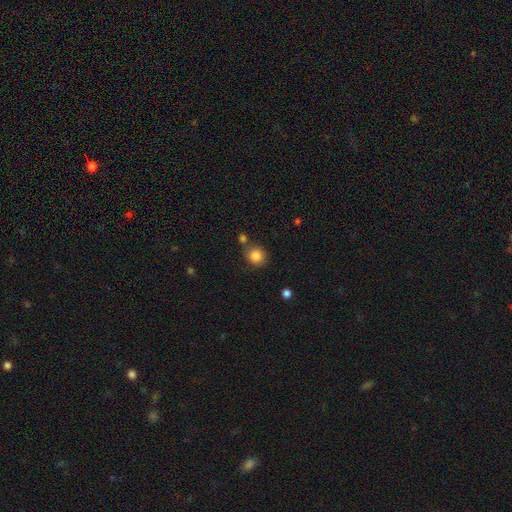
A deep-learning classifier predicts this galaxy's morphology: A smooth galaxy with no disk features (85%) that is round (89%).

Vote fractions:
- Smooth or featured? smooth: 85% / star or artifact: 10% / featured or disk: 5%
- How rounded? round: 89% / in between: 10% / cigar-shaped: 1%
- Merging? none: 71% / merger: 14% / minor disturbance: 12% / major disturbance: 4%